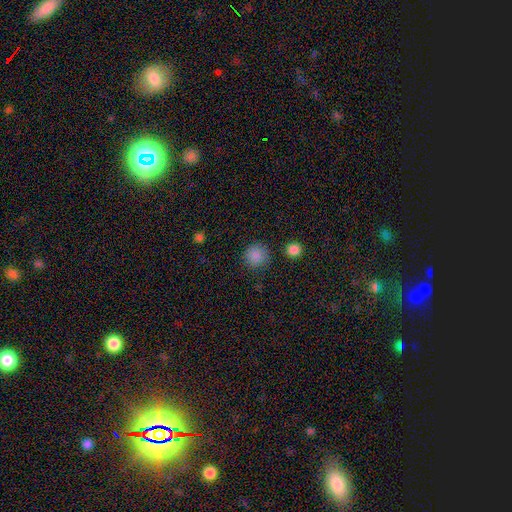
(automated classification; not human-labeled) Morphology: type=smooth (86%); roundness=round (94%); merging=none (87%).